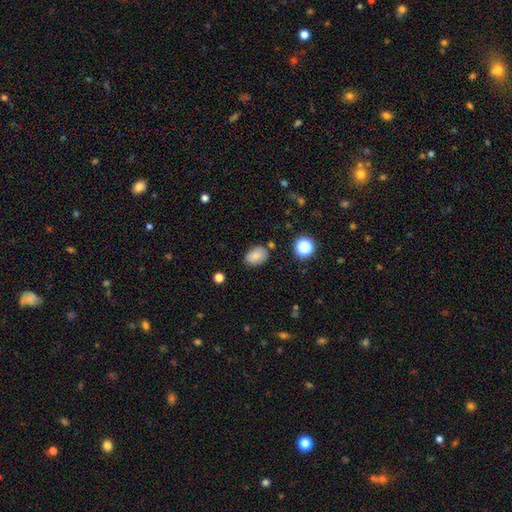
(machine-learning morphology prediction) Smooth or featured: smooth — 81% (star or artifact — 11%)
How rounded: in between — 80% (round — 19%)
Merging: none — 77% (minor disturbance — 16%)